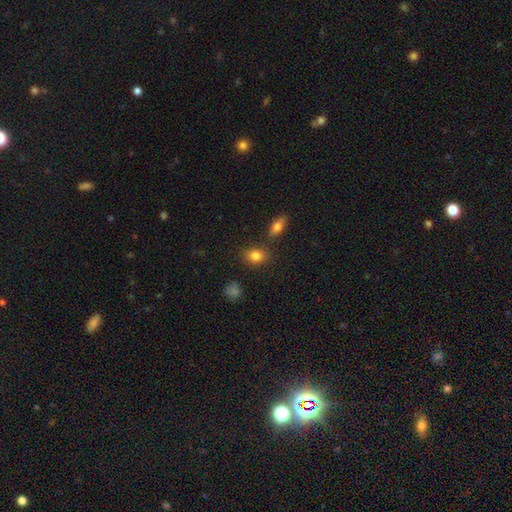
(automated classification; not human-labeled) This is clearly a smooth galaxy (83%). How rounded: likely in between (63%). Merging: likely none (77%).